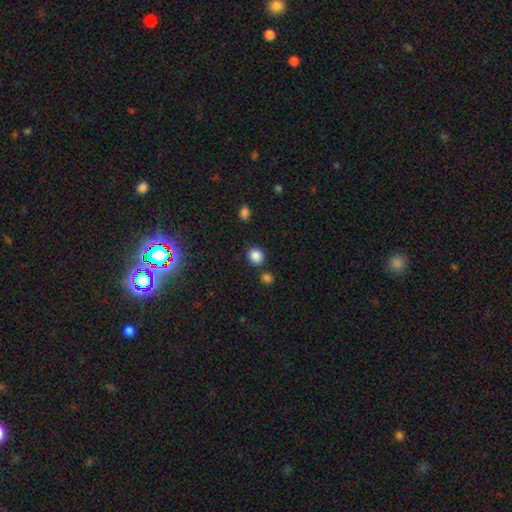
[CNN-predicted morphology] Smooth or featured? Predicted: smooth (p=0.86). How rounded? Predicted: round (p=0.85). Merging? Predicted: none (p=0.81).